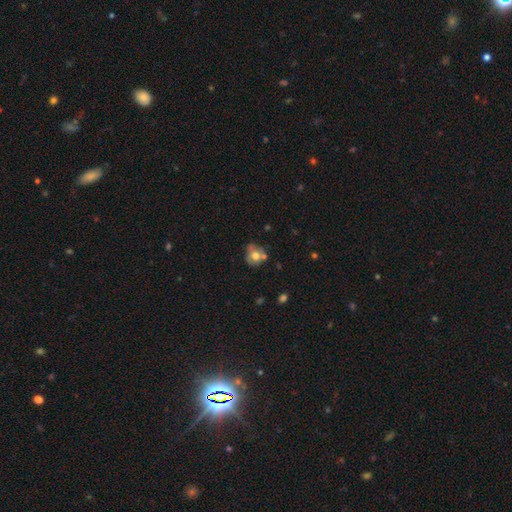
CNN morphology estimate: A smooth galaxy with no disk features (62%) that is round (71%).

Vote fractions:
- Smooth or featured? smooth: 62% / featured or disk: 28% / star or artifact: 10%
- How rounded? round: 71% / in between: 28% / cigar-shaped: 1%
- Merging? none: 47% / minor disturbance: 24% / merger: 19% / major disturbance: 9%